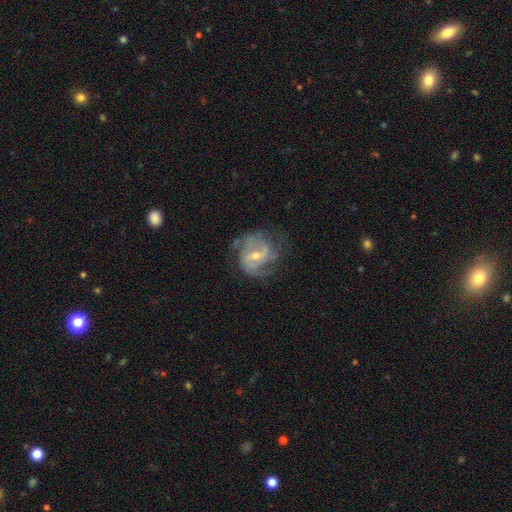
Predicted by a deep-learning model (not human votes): This is clearly a featured or disk galaxy (81%). It is clearly not viewed edge-on (97%). Bar: possibly weak (50%). Spiral arm pattern: clearly yes (90%). Spiral arm count: possibly 2 (50%). Spiral winding: possibly medium (46%). Central bulge: possibly small (53%). Merging: likely none (60%).